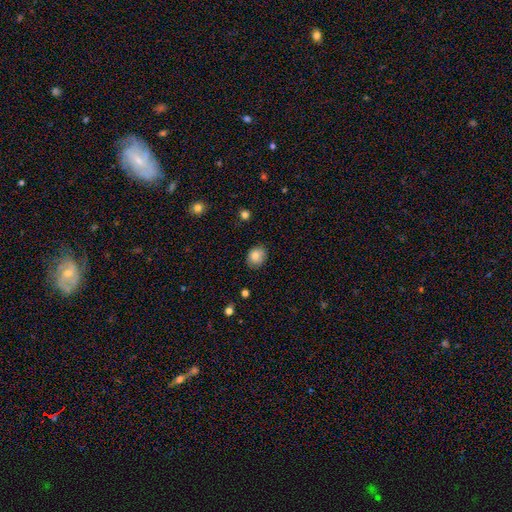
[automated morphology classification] A smooth galaxy with no disk features (82%) that is round (59%). Merging: none (82%).